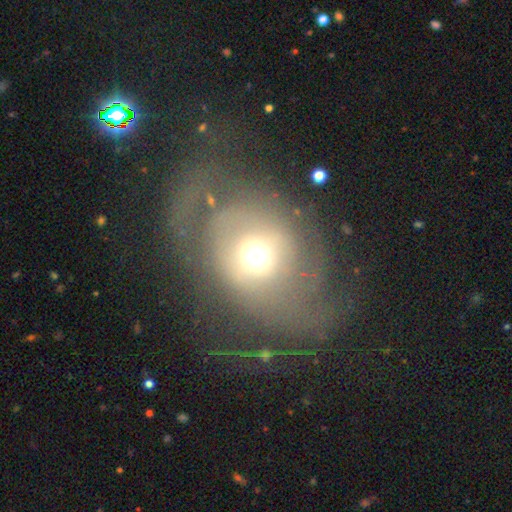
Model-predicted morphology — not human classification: The model was most divided on "spiral arms": yes: 58%, no: 42%. Remaining: edge-on disk — no (94%); bar — no (70%); bulge size — moderate (64%); smooth or featured — featured or disk (60%); merging — none (48%).